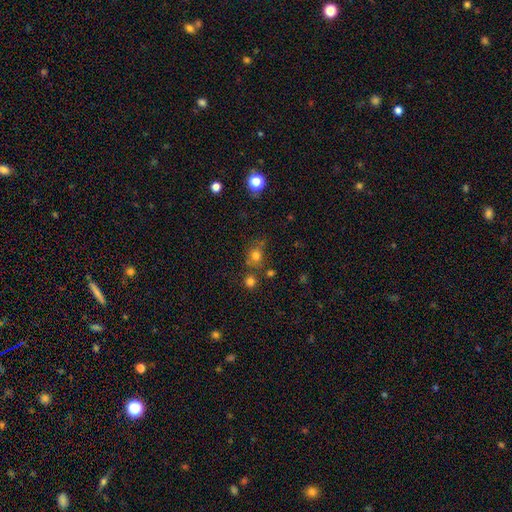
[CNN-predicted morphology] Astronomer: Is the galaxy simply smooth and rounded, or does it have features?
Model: smooth — 72%.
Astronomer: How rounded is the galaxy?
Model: round — 75%.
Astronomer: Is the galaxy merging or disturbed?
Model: none — 61%.